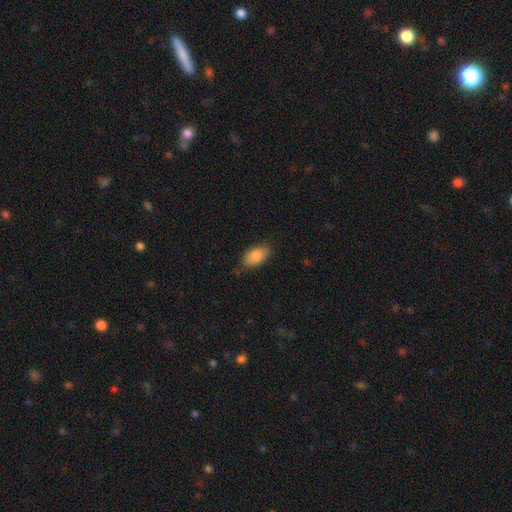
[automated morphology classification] The model was most divided on "merging": none: 79%, minor disturbance: 17%, major disturbance: 3%, merger: 2%. More confident: how rounded — in between (93%); smooth or featured — smooth (85%).